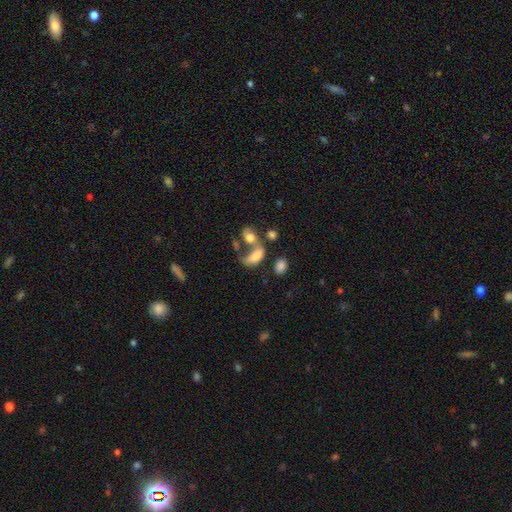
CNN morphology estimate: Smooth or featured? Predicted: smooth (p=0.69). How rounded? Predicted: in between (p=0.86). Merging? Predicted: merger (p=0.50).